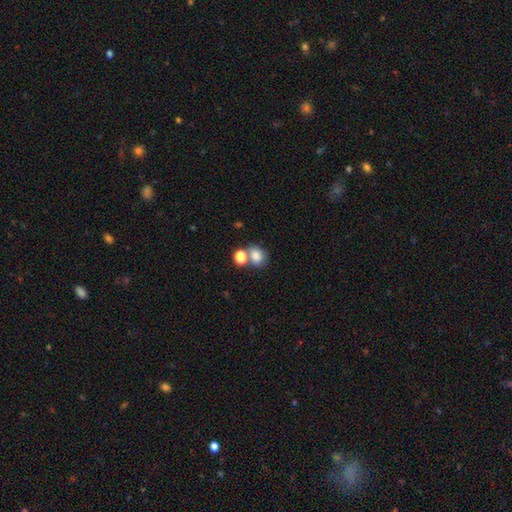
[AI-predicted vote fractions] smooth_or_featured: smooth (p=0.80) [alt: star or artifact p=0.12]
how_rounded: round (p=0.50) [alt: in between p=0.49]
merging: none (p=0.46) [alt: merger p=0.38]